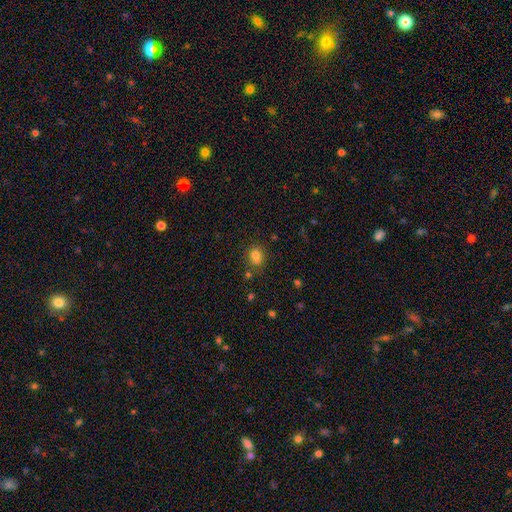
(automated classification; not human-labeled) Smooth or featured? Predicted: smooth (p=0.72). How rounded? Predicted: round (p=0.73). Merging? Predicted: none (p=0.49).